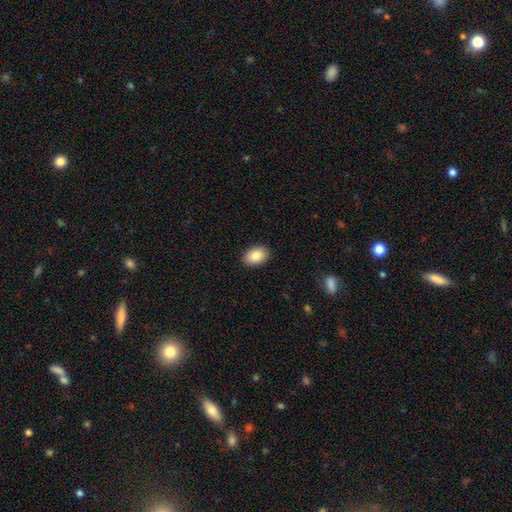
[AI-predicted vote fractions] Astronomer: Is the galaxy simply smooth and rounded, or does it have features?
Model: smooth — 86%.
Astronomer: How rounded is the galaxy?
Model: in between — 86%.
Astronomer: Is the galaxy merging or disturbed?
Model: none — 90%.